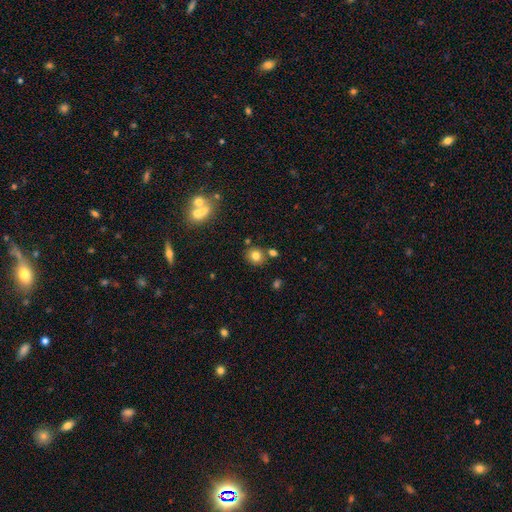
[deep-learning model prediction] smooth-or-featured: smooth: 78% | star or artifact: 13% | featured or disk: 9%
  how-rounded: round: 81% | in between: 18% | cigar-shaped: 1%
  merging: none: 77% | merger: 11% | minor disturbance: 10% | major disturbance: 3%